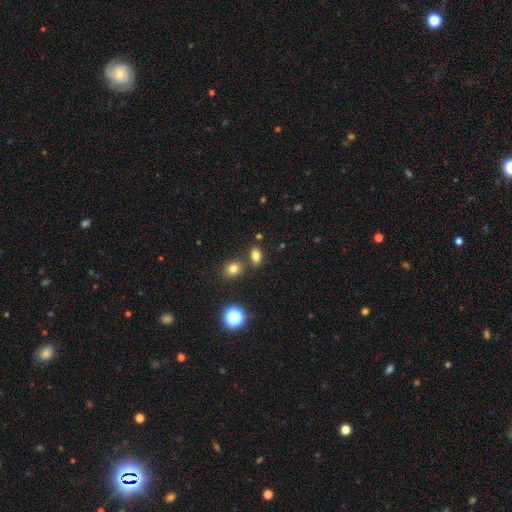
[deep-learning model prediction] Smooth or featured? Predicted: smooth (p=0.76). How rounded? Predicted: in between (p=0.77). Merging? Predicted: none (p=0.72).